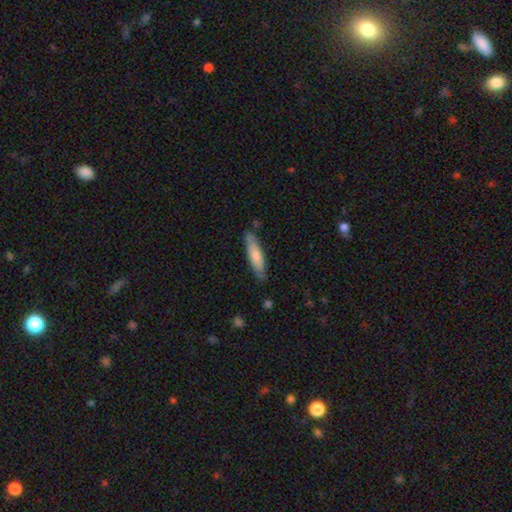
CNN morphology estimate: Q: Smooth or featured?
A: smooth (73%); runner-up: featured or disk (22%)
Q: How rounded?
A: cigar-shaped (71%); runner-up: in between (27%)
Q: Merging?
A: none (79%); runner-up: minor disturbance (16%)